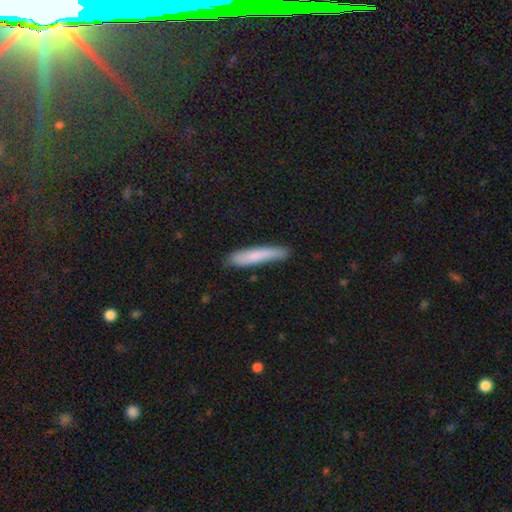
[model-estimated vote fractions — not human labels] This appears to be a smooth galaxy with no disk features (78%) that is cigar-shaped (91%). Merging: none (77%).